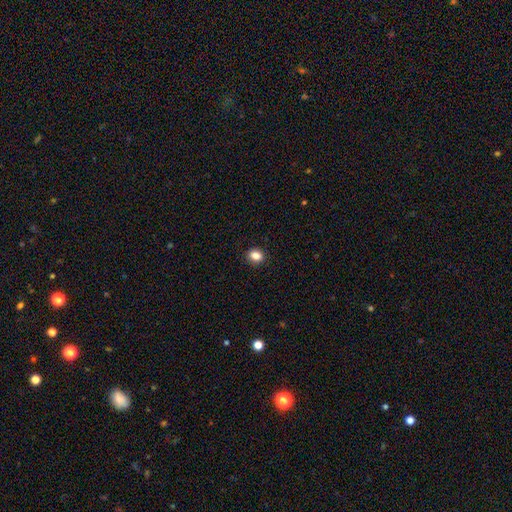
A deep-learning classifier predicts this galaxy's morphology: This appears to be a smooth galaxy with no disk features (84%) that is round (58%). Merging: none (90%).